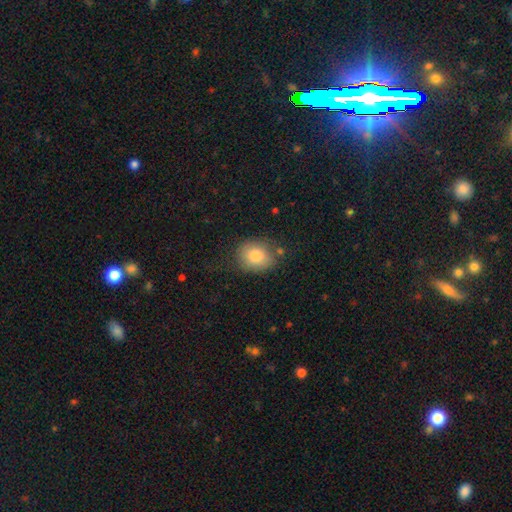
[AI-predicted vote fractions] Overall: smooth (83%). How rounded: round (55%; in between 44%). Merging: none (72%).